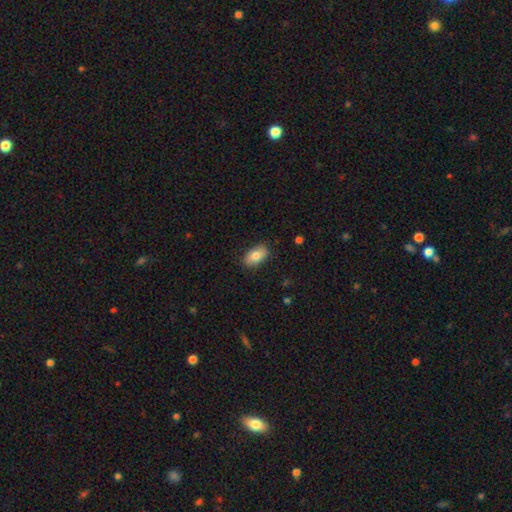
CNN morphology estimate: smooth 81%, featured or disk 13%, star or artifact 7%. Down the decision tree: how rounded — in between (92%); merging — none (87%).